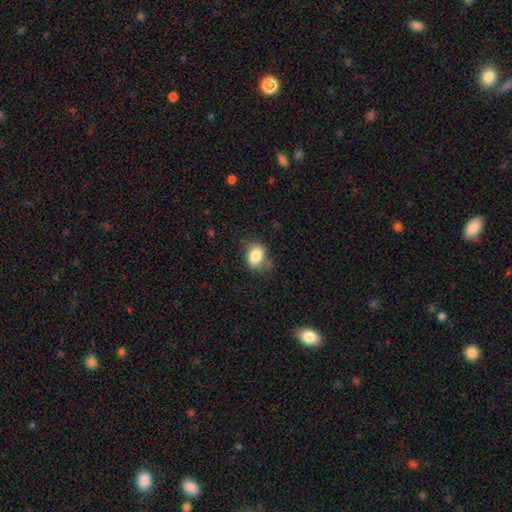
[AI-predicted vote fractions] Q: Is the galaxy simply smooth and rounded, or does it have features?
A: smooth — 84%.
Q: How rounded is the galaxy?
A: in between — 73%.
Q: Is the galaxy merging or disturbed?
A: none — 67%.